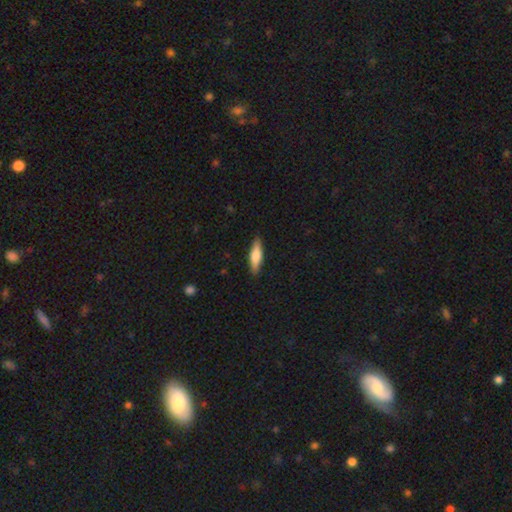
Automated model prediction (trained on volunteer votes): Smooth or featured?
  - smooth: 65% *
  - featured or disk: 30%
  - star or artifact: 5%
How rounded?
  - cigar-shaped: 63% *
  - in between: 35%
  - round: 2%
Merging?
  - none: 89% *
  - minor disturbance: 9%
  - major disturbance: 2%
  - merger: 1%